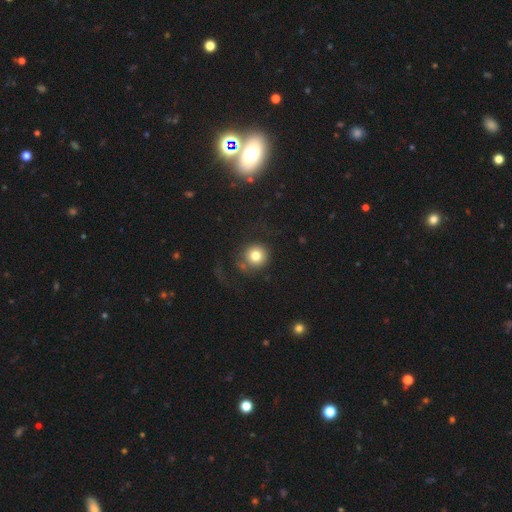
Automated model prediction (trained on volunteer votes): Q: Smooth or featured?
A: smooth (77%); runner-up: featured or disk (12%)
Q: How rounded?
A: round (93%); runner-up: in between (6%)
Q: Merging?
A: none (66%); runner-up: major disturbance (16%)